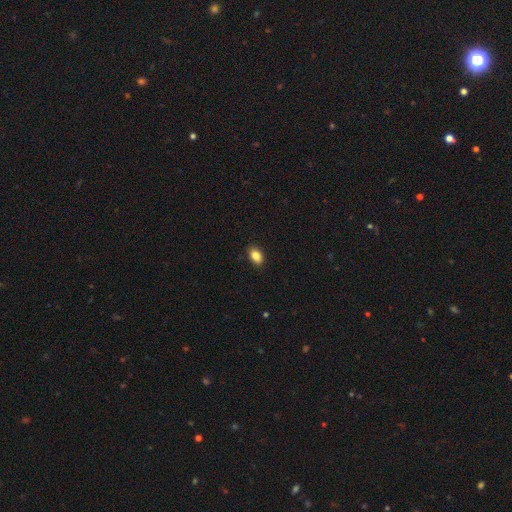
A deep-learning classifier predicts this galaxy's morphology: Smooth or featured?
  - smooth: 86% *
  - star or artifact: 9%
  - featured or disk: 6%
How rounded?
  - in between: 86% *
  - round: 13%
  - cigar-shaped: 2%
Merging?
  - none: 89% *
  - minor disturbance: 8%
  - major disturbance: 2%
  - merger: 1%